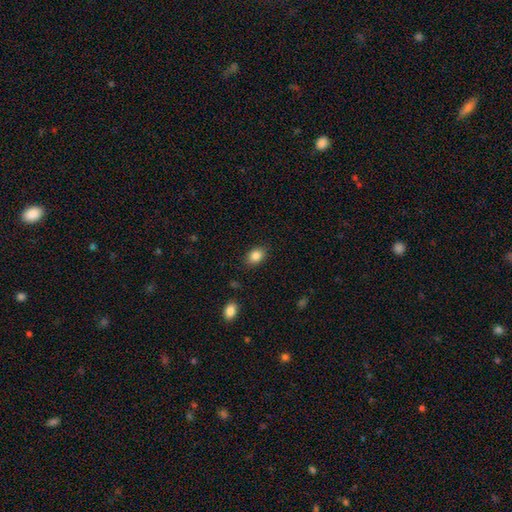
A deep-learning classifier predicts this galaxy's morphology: Q: Smooth or featured?
A: smooth (86%); runner-up: star or artifact (9%)
Q: How rounded?
A: in between (78%); runner-up: round (20%)
Q: Merging?
A: none (85%); runner-up: minor disturbance (11%)